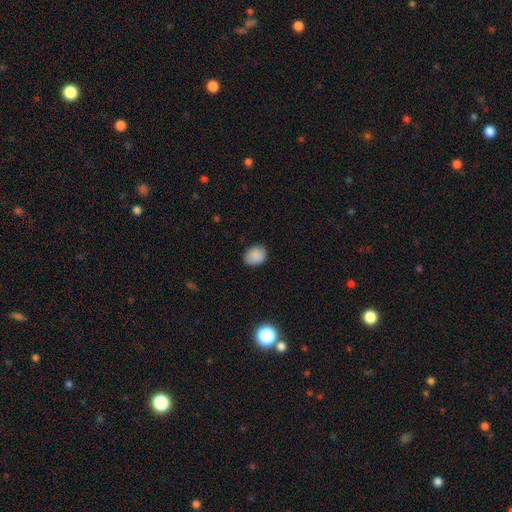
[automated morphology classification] This appears to be a smooth galaxy with no disk features (88%) that is in between round and cigar-shaped (53%). Merging: none (82%).